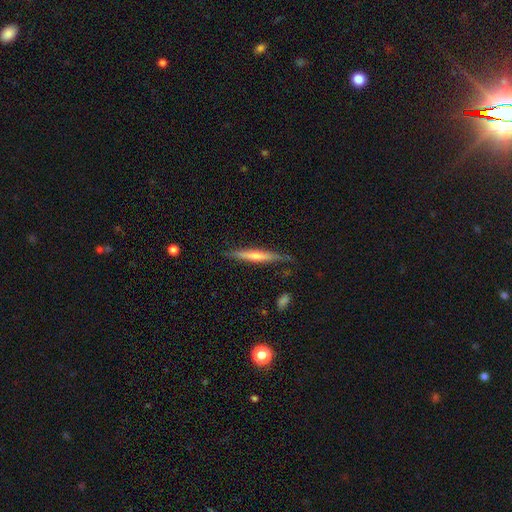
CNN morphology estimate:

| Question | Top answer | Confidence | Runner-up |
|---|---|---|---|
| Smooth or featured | featured or disk | 66% | smooth (28%) |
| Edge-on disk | yes | 97% | no (3%) |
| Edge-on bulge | rounded | 70% | none (24%) |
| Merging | none | 85% | minor disturbance (12%) |